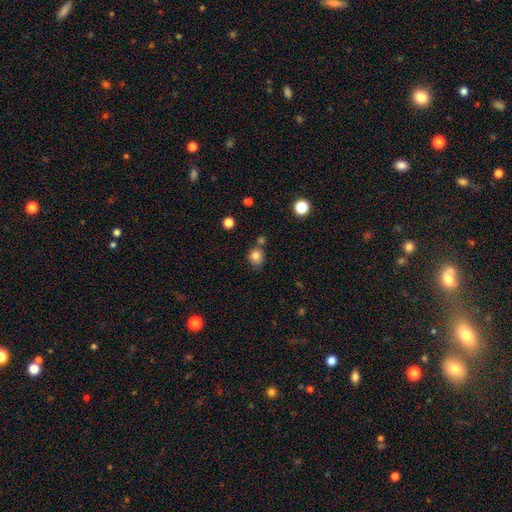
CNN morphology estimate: This is clearly a smooth galaxy (81%). How rounded: likely round (73%). Merging: likely none (68%).